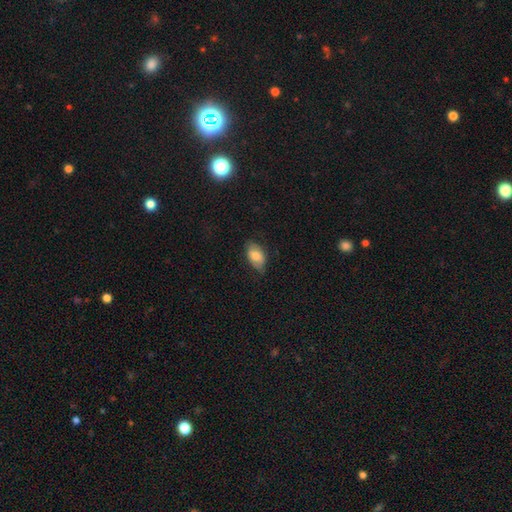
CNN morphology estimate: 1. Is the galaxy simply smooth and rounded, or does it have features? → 73% smooth, 19% featured or disk, 7% star or artifact.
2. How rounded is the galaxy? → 92% in between, 6% round, 2% cigar-shaped.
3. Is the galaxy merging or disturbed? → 70% none, 23% minor disturbance, 5% major disturbance, 1% merger.